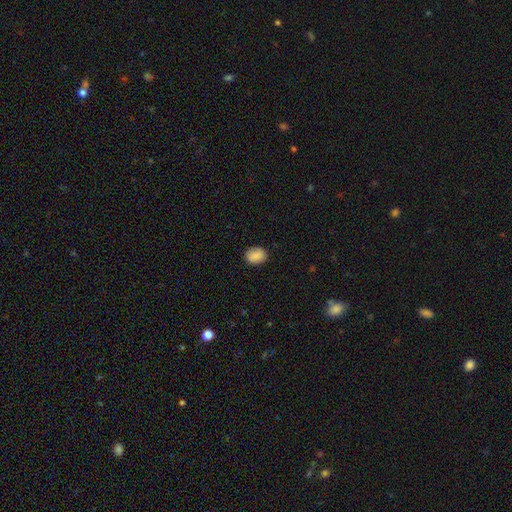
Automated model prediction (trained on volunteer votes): smooth 88%, star or artifact 8%, featured or disk 4%. Down the decision tree: how rounded — in between (56%); merging — none (85%).